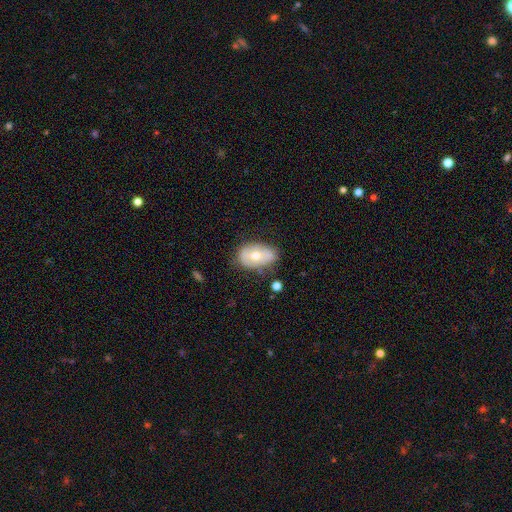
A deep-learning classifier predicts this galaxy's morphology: smooth 51%, featured or disk 41%, star or artifact 7%. Down the decision tree: how rounded — in between (87%); merging — none (67%).